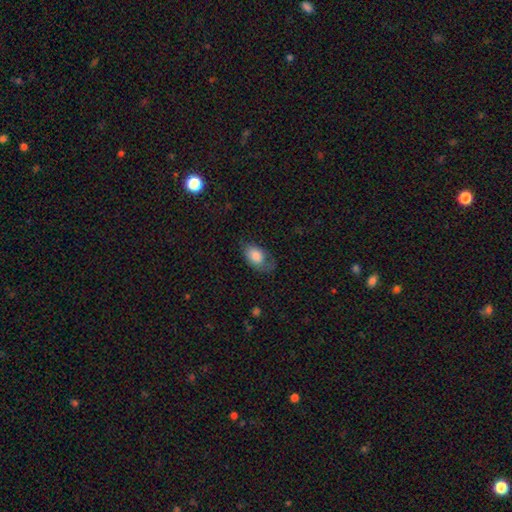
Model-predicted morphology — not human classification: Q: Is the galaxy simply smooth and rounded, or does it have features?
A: smooth — 79%.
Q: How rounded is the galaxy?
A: in between — 89%.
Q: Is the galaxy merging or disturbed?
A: none — 50%.